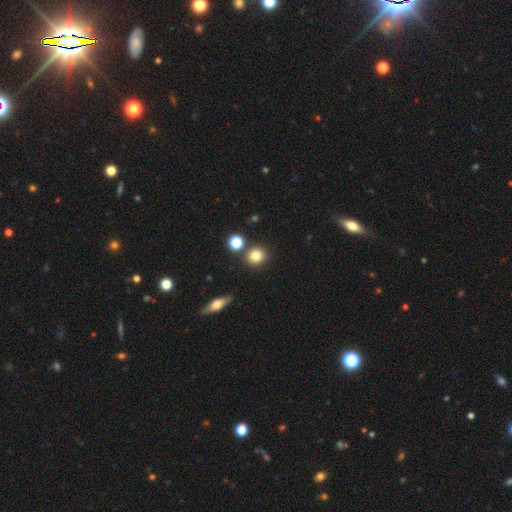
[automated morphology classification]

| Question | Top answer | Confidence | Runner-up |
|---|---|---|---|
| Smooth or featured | smooth | 81% | star or artifact (12%) |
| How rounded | round | 87% | in between (11%) |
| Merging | none | 82% | merger (8%) |